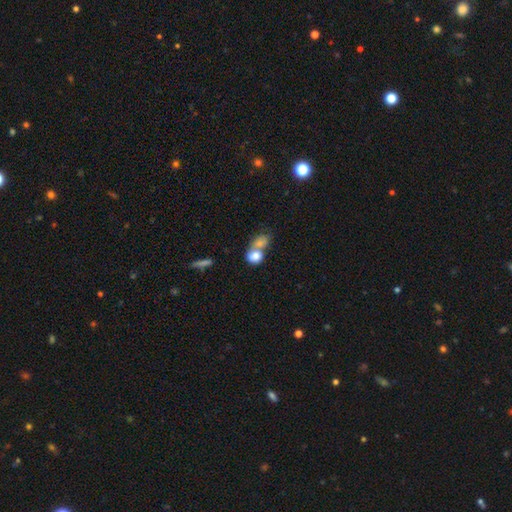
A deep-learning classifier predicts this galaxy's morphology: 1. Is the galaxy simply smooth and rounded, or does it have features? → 77% smooth, 15% featured or disk, 8% star or artifact.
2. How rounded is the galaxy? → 54% round, 44% in between, 2% cigar-shaped.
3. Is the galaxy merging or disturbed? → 68% merger, 20% none, 7% minor disturbance, 5% major disturbance.